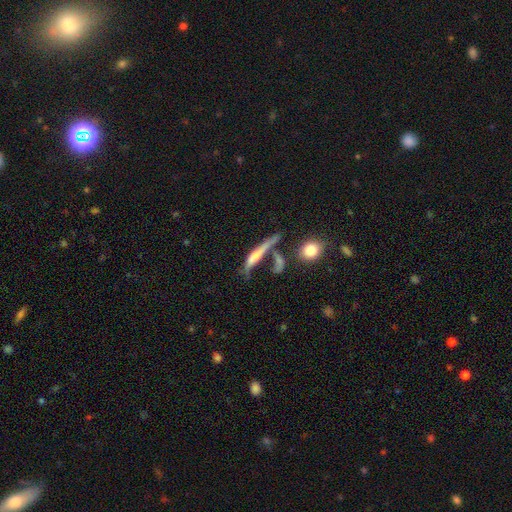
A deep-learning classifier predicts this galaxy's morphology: Smooth or featured: smooth — 52% (featured or disk — 38%)
How rounded: cigar-shaped — 77% (in between — 19%)
Merging: merger — 32% (none — 28%)